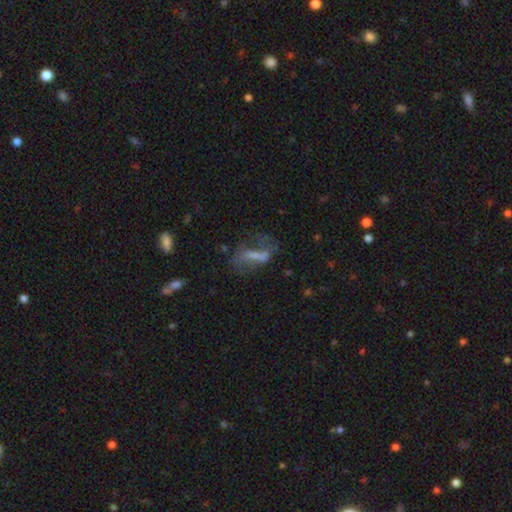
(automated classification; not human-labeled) The model was most divided on "merging": none: 41%, major disturbance: 33%, minor disturbance: 19%, merger: 7%. More confident: edge-on disk — no (90%); smooth or featured — featured or disk (53%).